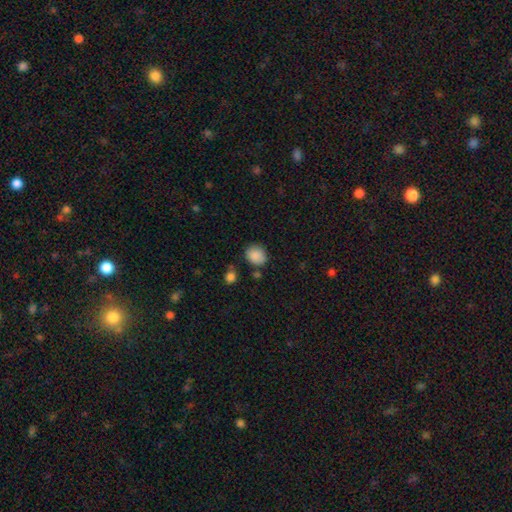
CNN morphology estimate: Smooth or featured? smooth (88%)
How rounded? round (67%)
Merging? none (76%)